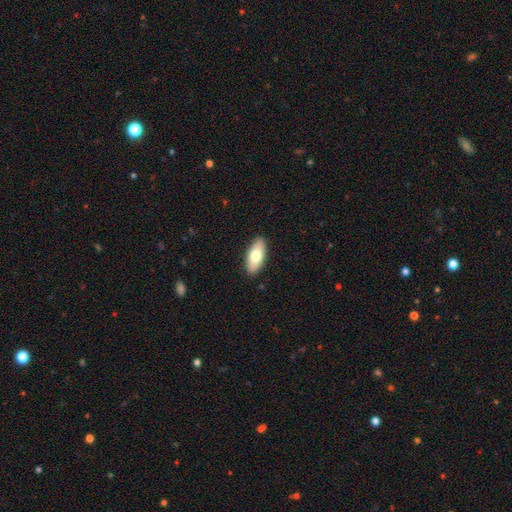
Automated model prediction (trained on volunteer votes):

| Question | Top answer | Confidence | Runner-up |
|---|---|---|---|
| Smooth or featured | smooth | 75% | featured or disk (19%) |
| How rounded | in between | 87% | cigar-shaped (10%) |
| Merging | none | 90% | minor disturbance (7%) |